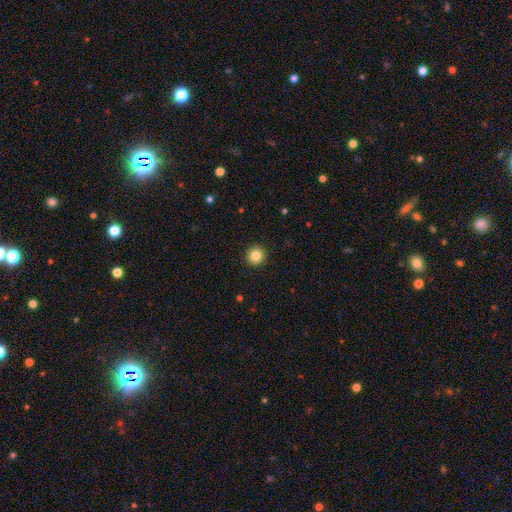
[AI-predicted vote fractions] Morphology: type=smooth (84%); roundness=round (94%); merging=none (93%).